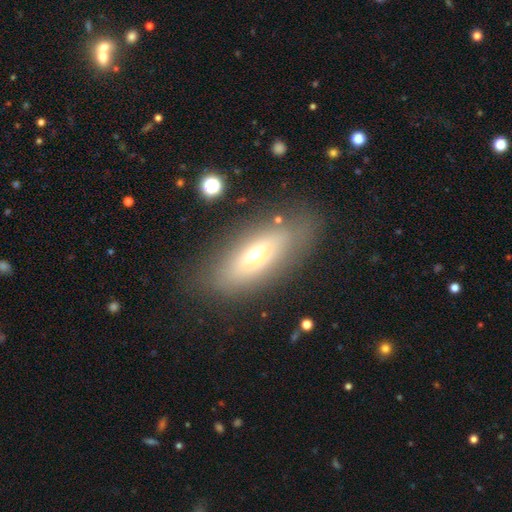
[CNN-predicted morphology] smooth_or_featured: smooth (p=0.55) [alt: featured or disk p=0.34]
how_rounded: in between (p=0.70) [alt: cigar-shaped p=0.26]
merging: none (p=0.77) [alt: minor disturbance p=0.14]